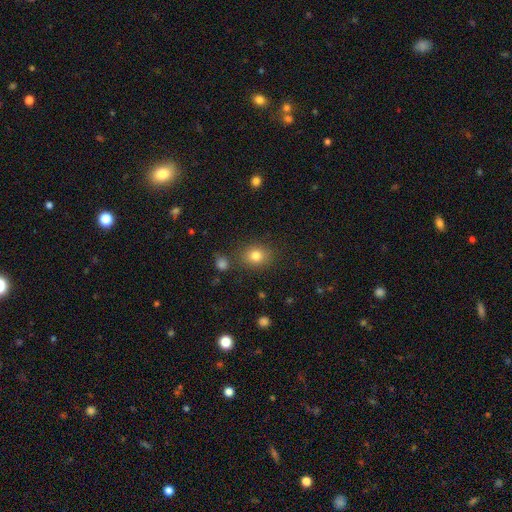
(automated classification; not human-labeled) Smooth or featured: smooth — 80% (star or artifact — 12%)
How rounded: round — 64% (in between — 35%)
Merging: none — 82% (minor disturbance — 10%)